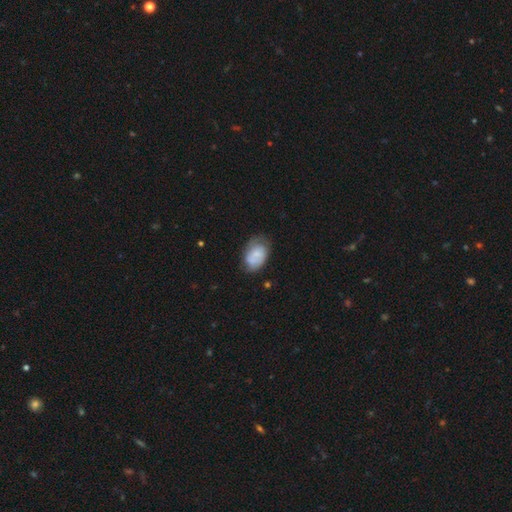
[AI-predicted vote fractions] This is possibly a smooth galaxy (55%). How rounded: clearly in between (85%). Merging: possibly none (52%).